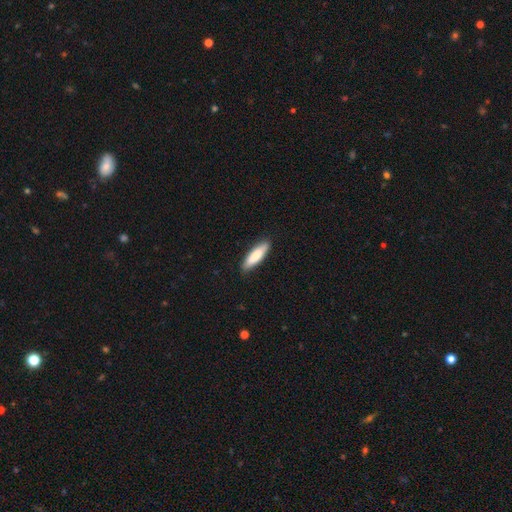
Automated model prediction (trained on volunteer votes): Q: Smooth or featured?
A: smooth (79%); runner-up: featured or disk (15%)
Q: How rounded?
A: cigar-shaped (59%); runner-up: in between (39%)
Q: Merging?
A: none (88%); runner-up: minor disturbance (9%)